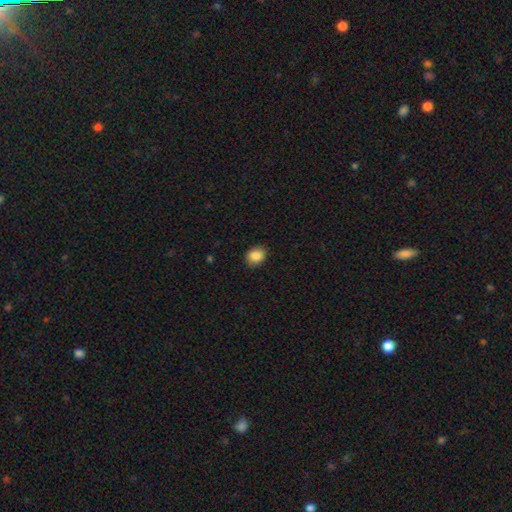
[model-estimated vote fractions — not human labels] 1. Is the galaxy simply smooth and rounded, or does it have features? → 87% smooth, 9% star or artifact, 5% featured or disk.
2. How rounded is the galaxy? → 53% in between, 46% round, 1% cigar-shaped.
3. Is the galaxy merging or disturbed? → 86% none, 11% minor disturbance, 2% major disturbance, 1% merger.